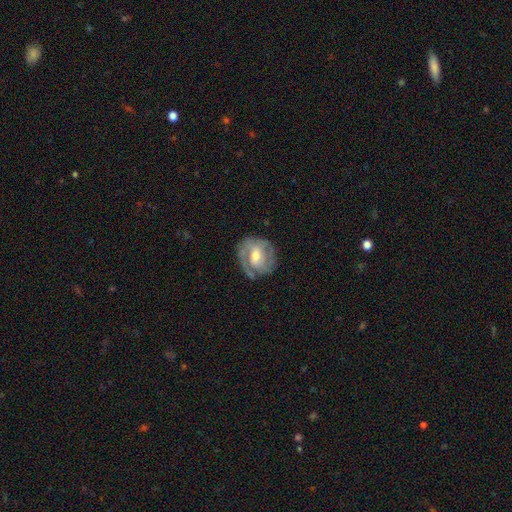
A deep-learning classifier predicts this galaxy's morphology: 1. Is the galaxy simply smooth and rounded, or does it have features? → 76% featured or disk, 19% smooth, 5% star or artifact.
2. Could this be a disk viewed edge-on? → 97% no, 3% yes.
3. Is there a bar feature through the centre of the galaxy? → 46% weak, 34% no, 20% strong.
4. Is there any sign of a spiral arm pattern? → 85% yes, 15% no.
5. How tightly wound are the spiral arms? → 49% tight, 38% medium, 13% loose.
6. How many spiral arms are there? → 51% 2, 22% can't tell, 11% 3, 11% 1, 3% 4, 2% more than 4.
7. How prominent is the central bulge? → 64% moderate, 27% small, 6% large, 1% none, 1% dominant.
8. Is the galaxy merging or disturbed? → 68% none, 20% minor disturbance, 10% major disturbance, 2% merger.